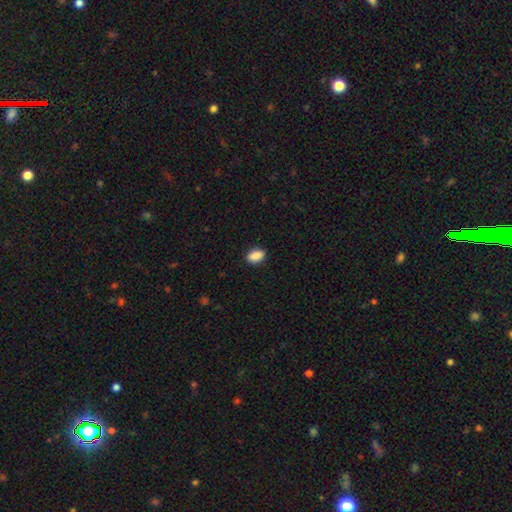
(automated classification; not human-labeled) Overall: smooth (88%). How rounded: in between (86%). Merging: none (88%).